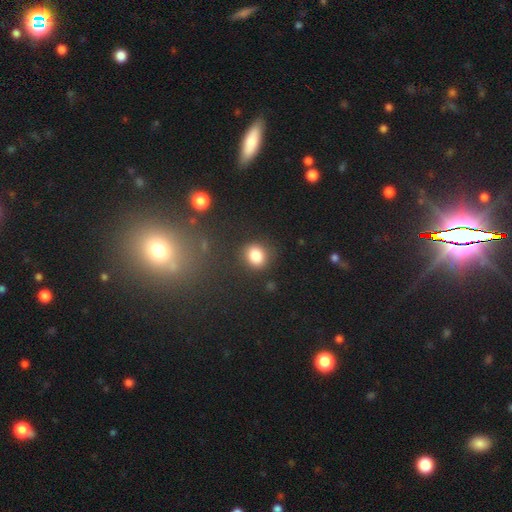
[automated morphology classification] Smooth or featured: smooth — 84% (star or artifact — 10%)
How rounded: round — 65% (in between — 34%)
Merging: none — 83% (minor disturbance — 11%)